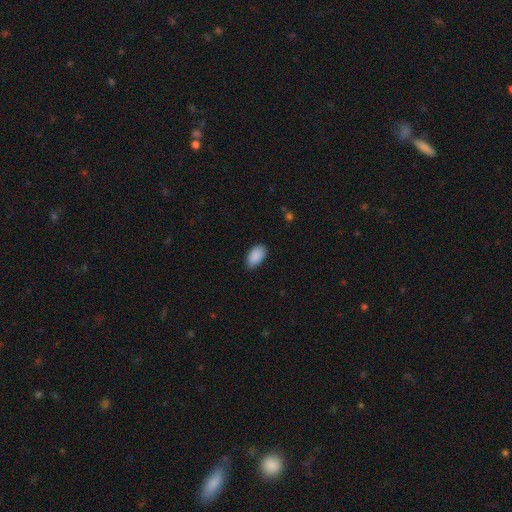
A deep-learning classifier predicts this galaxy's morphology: smooth-or-featured: smooth: 90% | star or artifact: 7% | featured or disk: 3%
  how-rounded: in between: 95% | round: 4% | cigar-shaped: 2%
  merging: none: 78% | minor disturbance: 19% | major disturbance: 3% | merger: 1%